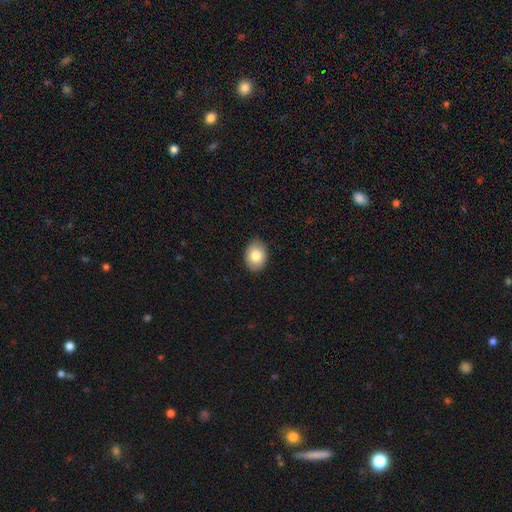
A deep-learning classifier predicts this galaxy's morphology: Smooth or featured? Predicted: smooth (p=0.82). How rounded? Predicted: in between (p=0.76). Merging? Predicted: none (p=0.87).